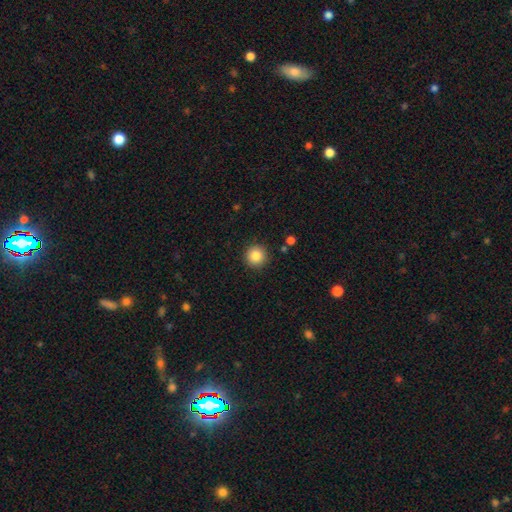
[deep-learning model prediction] Smooth or featured? Predicted: smooth (p=0.86). How rounded? Predicted: round (p=0.96). Merging? Predicted: none (p=0.91).